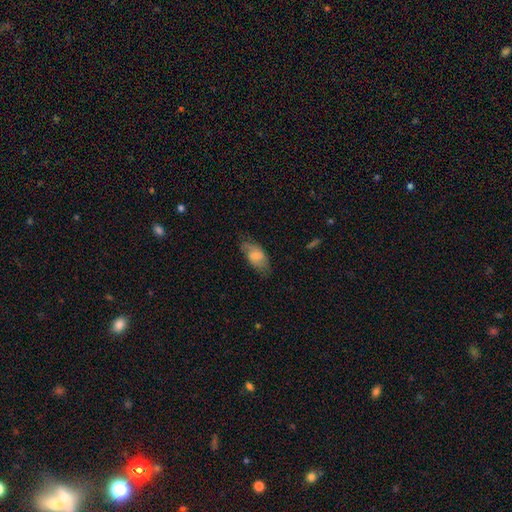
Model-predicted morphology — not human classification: A smooth galaxy with no disk features (69%) that is in between round and cigar-shaped (91%). Merging: none (65%).